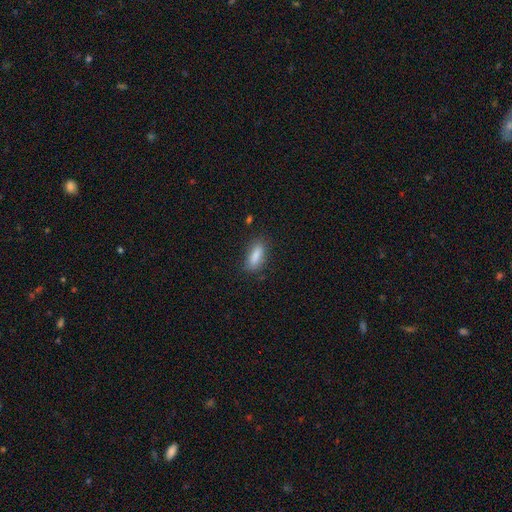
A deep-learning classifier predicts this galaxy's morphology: type=smooth (84%); roundness=in between (64%); merging=none (80%).